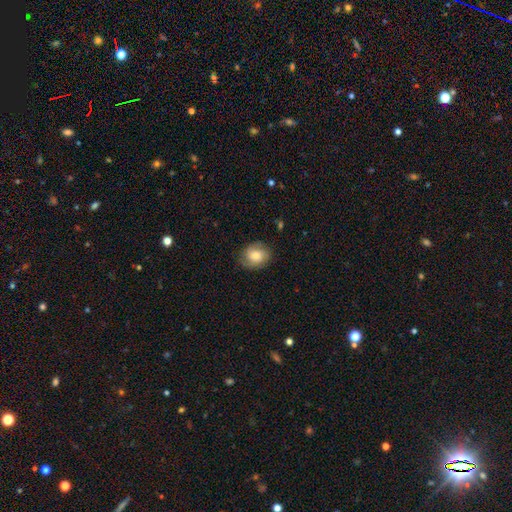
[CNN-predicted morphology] Q: Smooth or featured?
A: smooth (46%); runner-up: featured or disk (45%)
Q: Merging?
A: none (78%); runner-up: minor disturbance (16%)